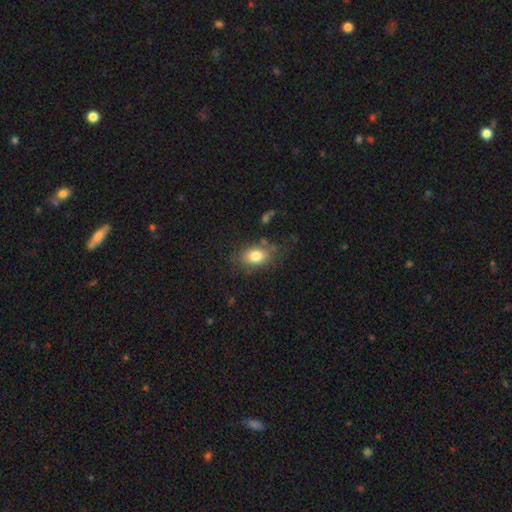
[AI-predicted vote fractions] A smooth galaxy with no disk features (80%) that is in between round and cigar-shaped (81%).

Vote fractions:
- Smooth or featured? smooth: 80% / featured or disk: 11% / star or artifact: 9%
- How rounded? in between: 81% / round: 17% / cigar-shaped: 2%
- Merging? none: 74% / minor disturbance: 17% / major disturbance: 5% / merger: 3%